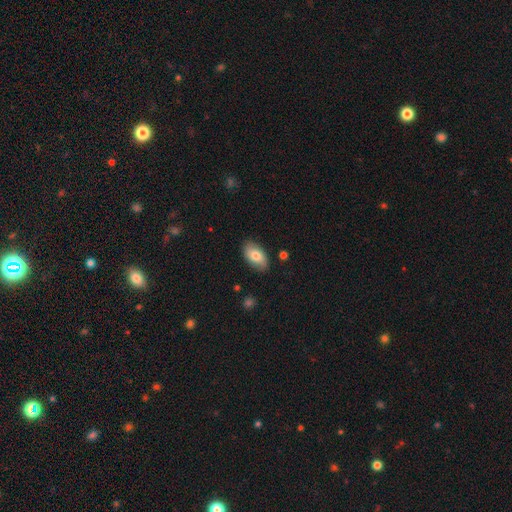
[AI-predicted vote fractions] This is likely a smooth galaxy (78%). How rounded: clearly in between (94%). Merging: clearly none (85%).